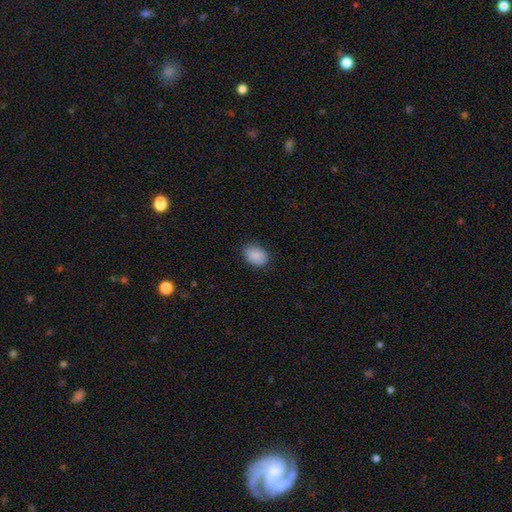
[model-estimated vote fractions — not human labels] Overall: smooth (89%). How rounded: in between (75%). Merging: none (82%).